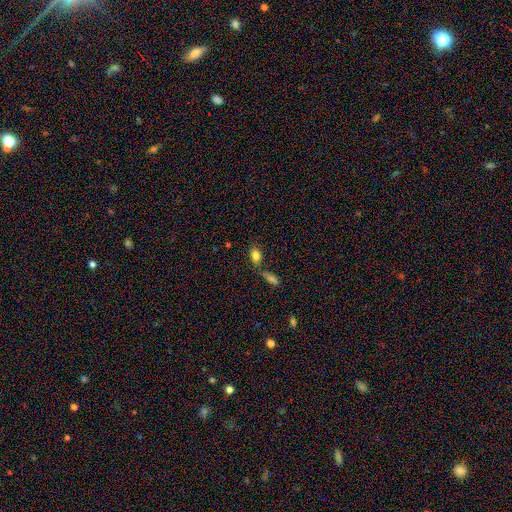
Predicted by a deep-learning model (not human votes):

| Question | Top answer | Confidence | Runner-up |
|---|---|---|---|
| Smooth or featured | smooth | 82% | star or artifact (10%) |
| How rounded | in between | 85% | round (11%) |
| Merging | none | 63% | merger (19%) |